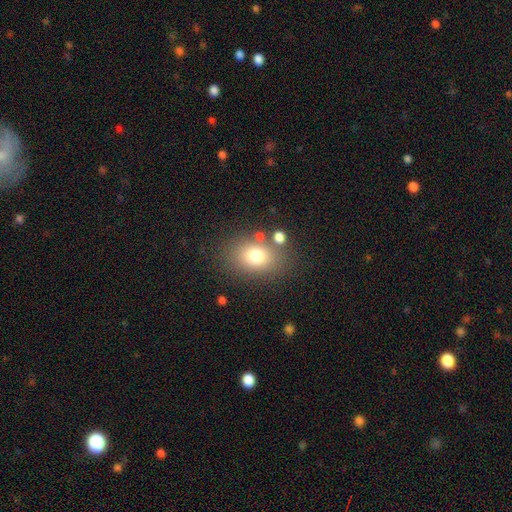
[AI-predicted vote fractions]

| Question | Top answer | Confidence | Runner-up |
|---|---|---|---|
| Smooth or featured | smooth | 75% | featured or disk (13%) |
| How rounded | in between | 67% | round (32%) |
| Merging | none | 74% | minor disturbance (13%) |